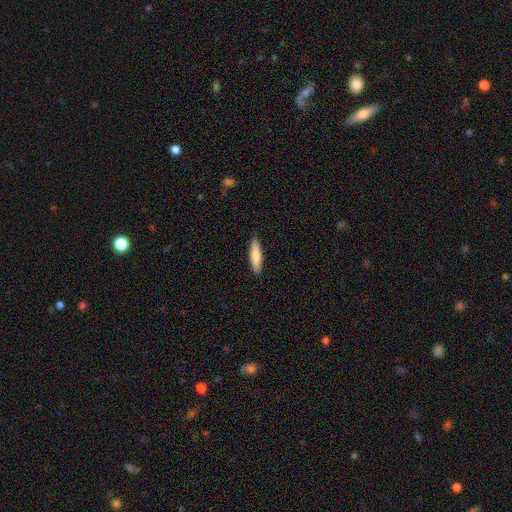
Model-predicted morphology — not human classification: type=smooth (80%); roundness=cigar-shaped (74%); merging=none (88%).